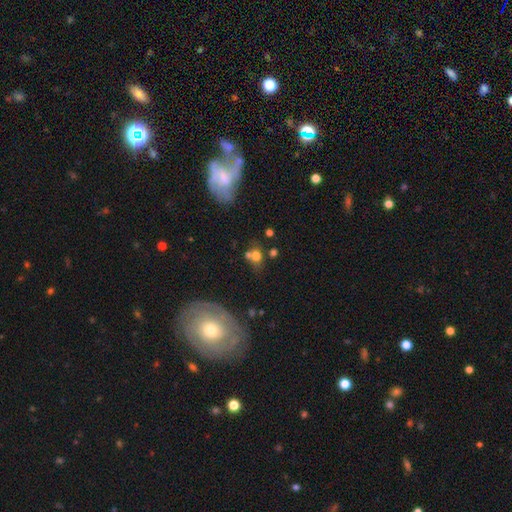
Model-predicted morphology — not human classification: Smooth or featured? Predicted: smooth (p=0.69). How rounded? Predicted: round (p=0.68). Merging? Predicted: none (p=0.46).